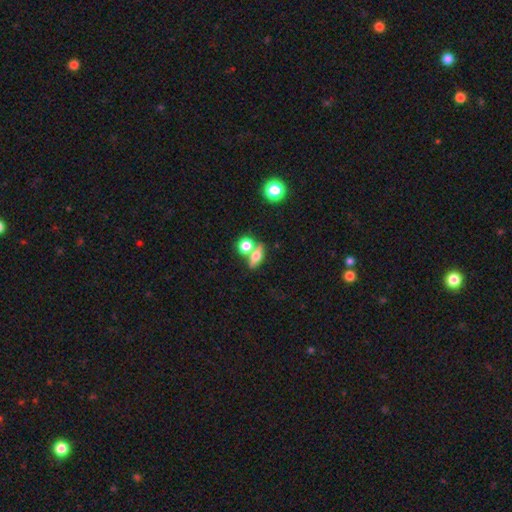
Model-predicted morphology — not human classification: Smooth or featured: smooth — 62% (featured or disk — 28%)
How rounded: in between — 54% (round — 25%)
Merging: none — 51% (merger — 34%)